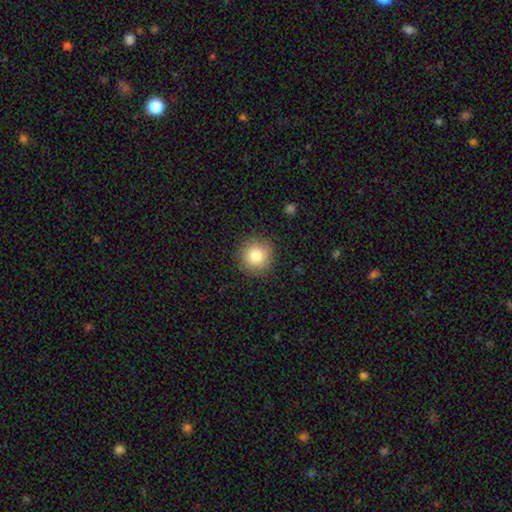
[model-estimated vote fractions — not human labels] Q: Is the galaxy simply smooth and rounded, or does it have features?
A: smooth — 82%.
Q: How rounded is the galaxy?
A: round — 94%.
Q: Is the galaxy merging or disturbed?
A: none — 90%.